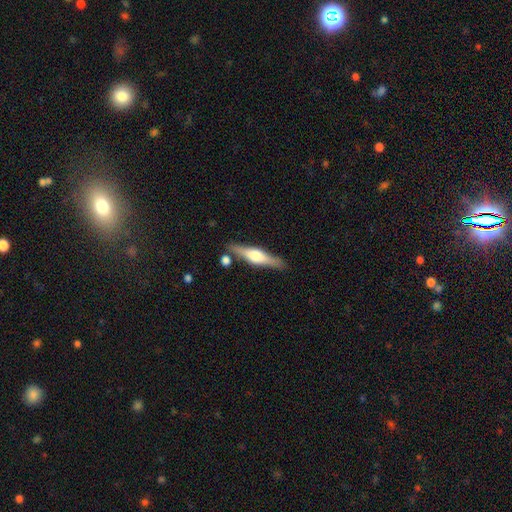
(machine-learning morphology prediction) Smooth or featured? Predicted: featured or disk (p=0.69). Edge-on disk? Predicted: yes (p=0.97). Edge-on bulge? Predicted: rounded (p=0.91). Merging? Predicted: none (p=0.82).